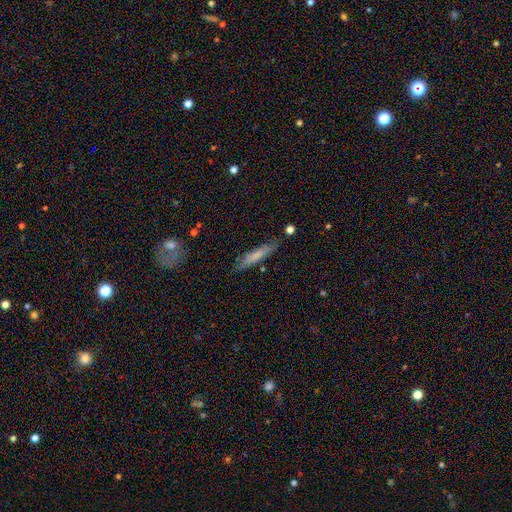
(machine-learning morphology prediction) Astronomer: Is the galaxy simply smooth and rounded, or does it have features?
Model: smooth — 71%.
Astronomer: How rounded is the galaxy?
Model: cigar-shaped — 88%.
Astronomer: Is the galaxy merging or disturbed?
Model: none — 82%.